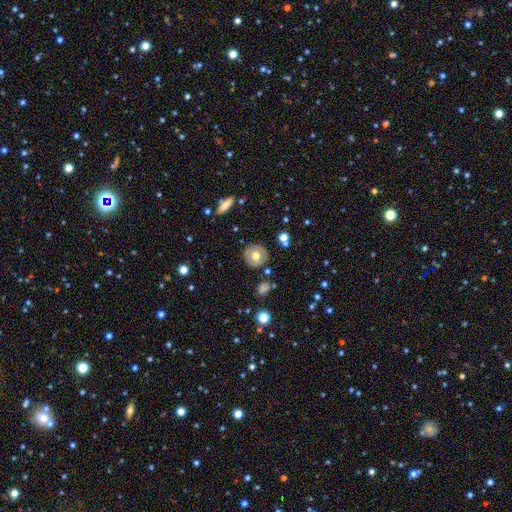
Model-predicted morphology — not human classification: This appears to be a smooth galaxy with no disk features (60%) that is round (90%). Merging: none (85%).